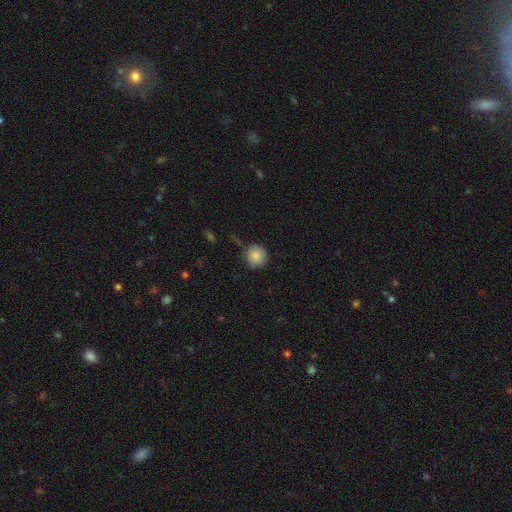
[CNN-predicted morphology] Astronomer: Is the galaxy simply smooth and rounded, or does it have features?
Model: smooth — 86%.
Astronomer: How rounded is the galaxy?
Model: round — 93%.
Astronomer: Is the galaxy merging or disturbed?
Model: none — 82%.